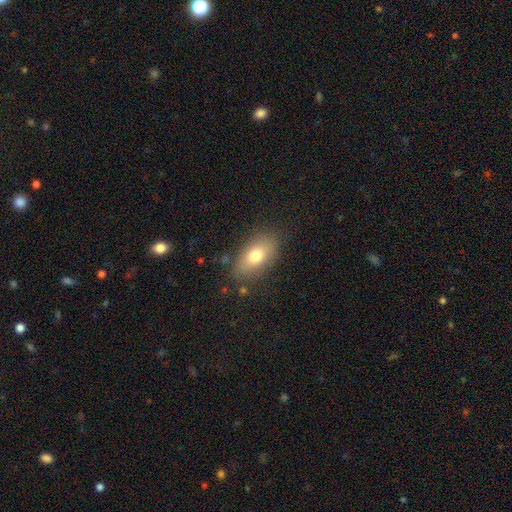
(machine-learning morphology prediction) smooth_or_featured: smooth (p=0.75) [alt: featured or disk p=0.16]
how_rounded: in between (p=0.87) [alt: round p=0.09]
merging: none (p=0.80) [alt: minor disturbance p=0.14]